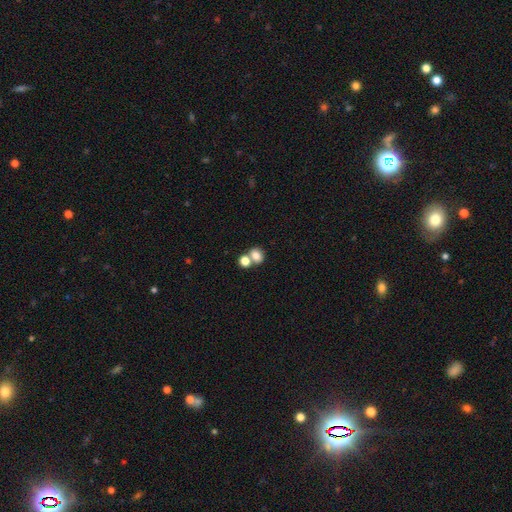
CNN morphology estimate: The model was most divided on "merging": merger: 46%, none: 41%, minor disturbance: 8%, major disturbance: 4%. More confident: smooth or featured — smooth (79%); how rounded — round (54%).